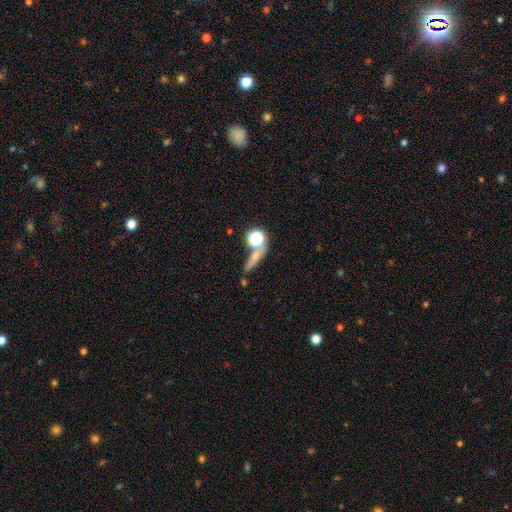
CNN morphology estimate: Smooth or featured? smooth (54%)
How rounded? cigar-shaped (51%)
Merging? none (60%)